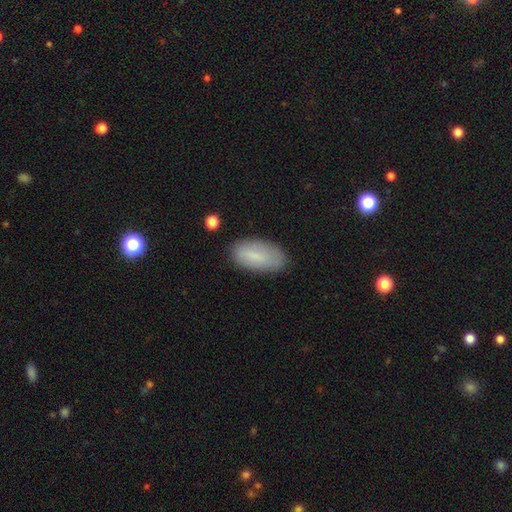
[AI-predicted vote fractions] Smooth or featured? smooth (77%)
How rounded? in between (90%)
Merging? none (80%)